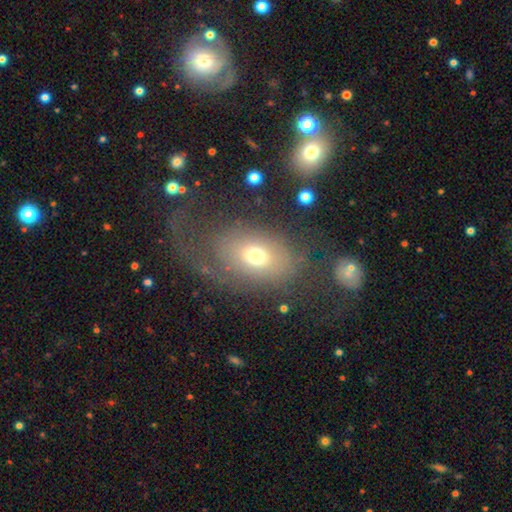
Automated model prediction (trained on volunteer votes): Smooth or featured? smooth (50%)
Merging? major disturbance (39%)